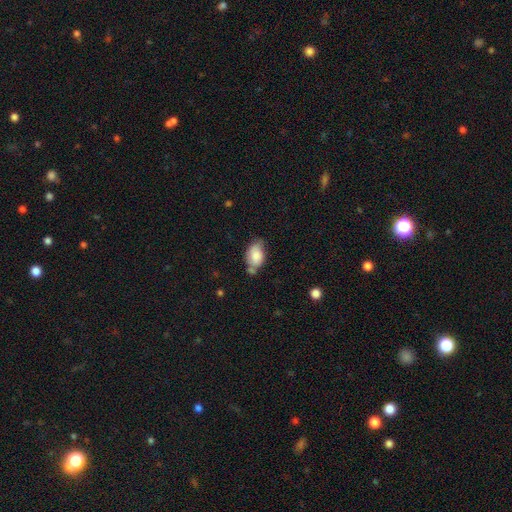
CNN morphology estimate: A smooth galaxy with no disk features (78%) that is in between round and cigar-shaped (89%). Merging: none (44%).